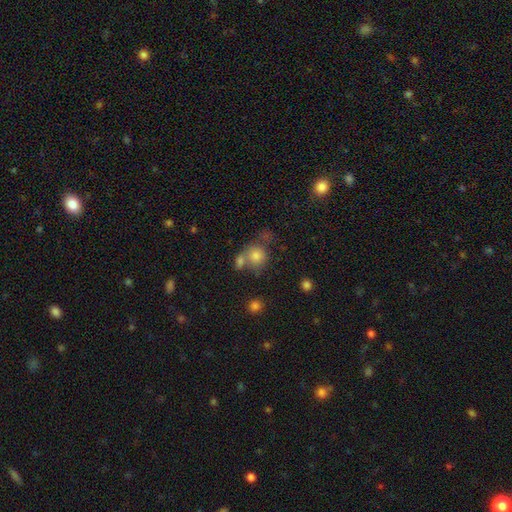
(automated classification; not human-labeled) This is likely a smooth galaxy (77%). How rounded: likely round (79%). Merging: marginally none (44%).